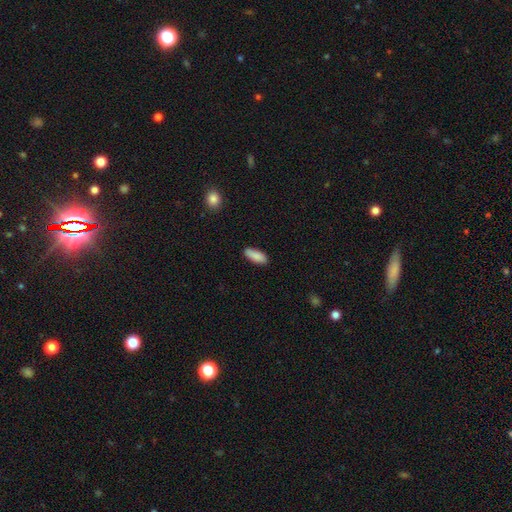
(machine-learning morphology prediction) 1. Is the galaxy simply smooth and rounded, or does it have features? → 89% smooth, 6% star or artifact, 5% featured or disk.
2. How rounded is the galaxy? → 76% in between, 22% cigar-shaped, 2% round.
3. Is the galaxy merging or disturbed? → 86% none, 11% minor disturbance, 2% major disturbance, 1% merger.